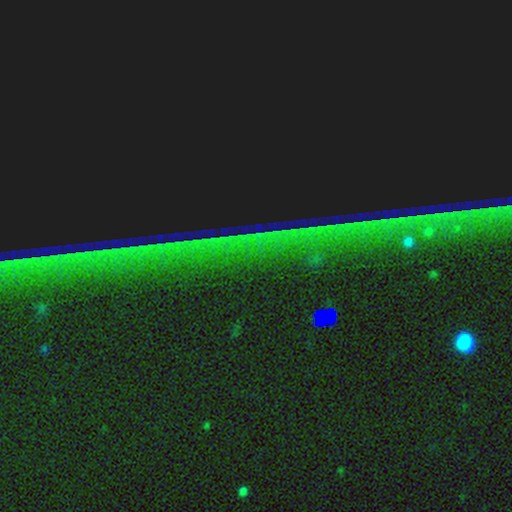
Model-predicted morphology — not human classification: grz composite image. It shows a star or artifact, not a galaxy (87%).